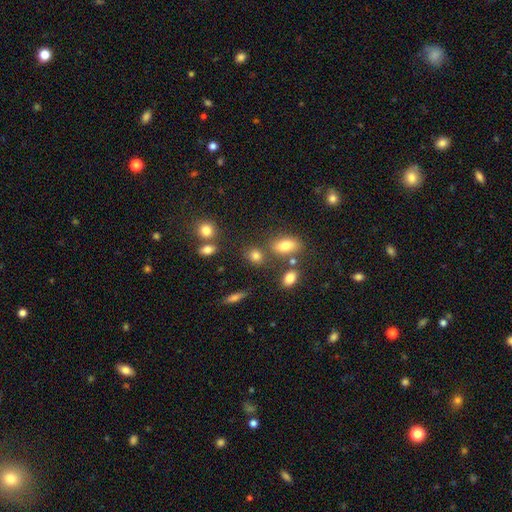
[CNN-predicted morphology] smooth_or_featured: smooth (p=0.78) [alt: star or artifact p=0.13]
how_rounded: in between (p=0.51) [alt: round p=0.46]
merging: none (p=0.66) [alt: merger p=0.16]